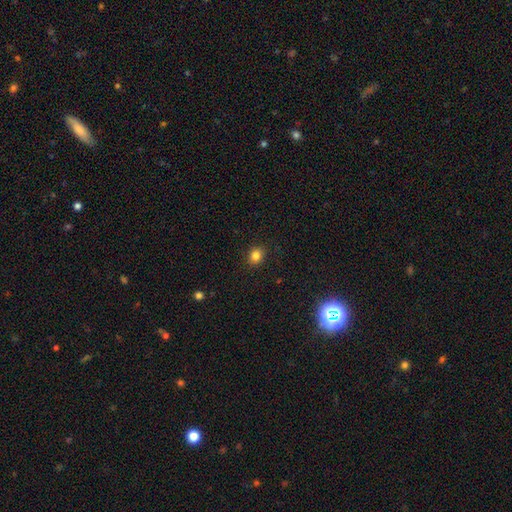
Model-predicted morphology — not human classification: Smooth or featured?
  - smooth: 83% *
  - star or artifact: 12%
  - featured or disk: 5%
How rounded?
  - round: 63% *
  - in between: 36%
  - cigar-shaped: 1%
Merging?
  - none: 89% *
  - minor disturbance: 8%
  - major disturbance: 2%
  - merger: 1%